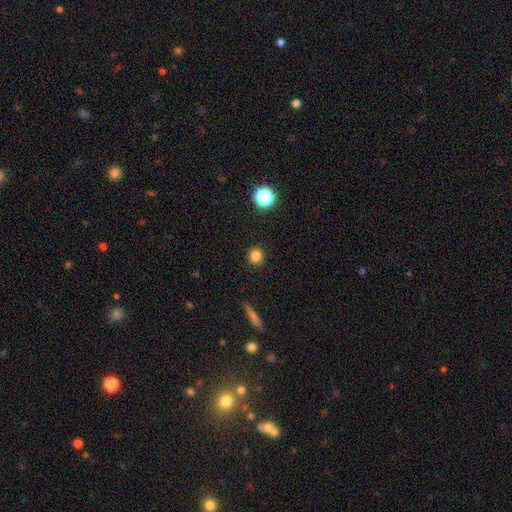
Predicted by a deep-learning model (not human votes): Q: Smooth or featured?
A: smooth (82%); runner-up: star or artifact (13%)
Q: How rounded?
A: round (93%); runner-up: in between (5%)
Q: Merging?
A: none (91%); runner-up: minor disturbance (6%)